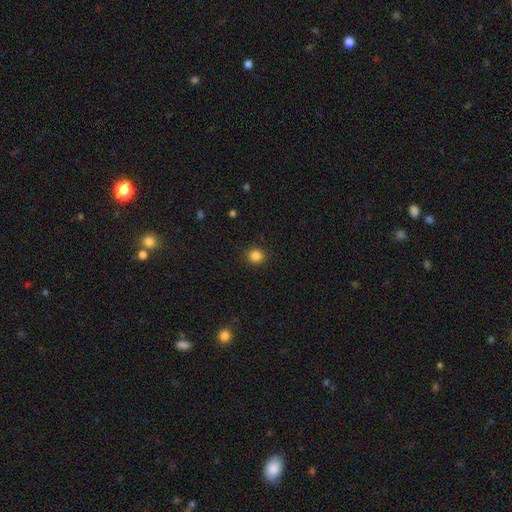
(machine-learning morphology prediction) type=smooth (85%); roundness=round (90%); merging=none (91%).